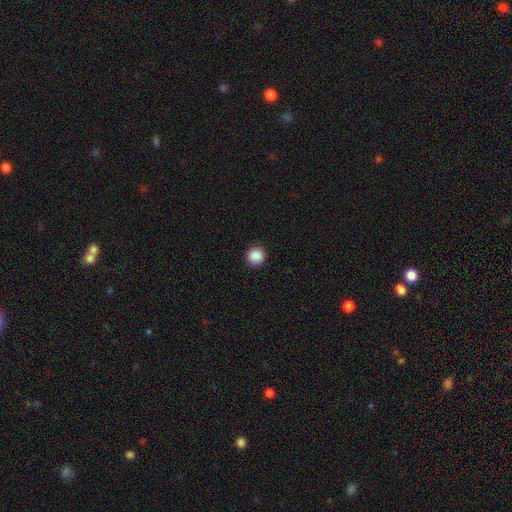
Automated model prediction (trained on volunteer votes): Smooth or featured?
  - smooth: 88% *
  - star or artifact: 9%
  - featured or disk: 2%
How rounded?
  - round: 95% *
  - in between: 4%
  - cigar-shaped: 1%
Merging?
  - none: 93% *
  - minor disturbance: 5%
  - major disturbance: 2%
  - merger: 1%